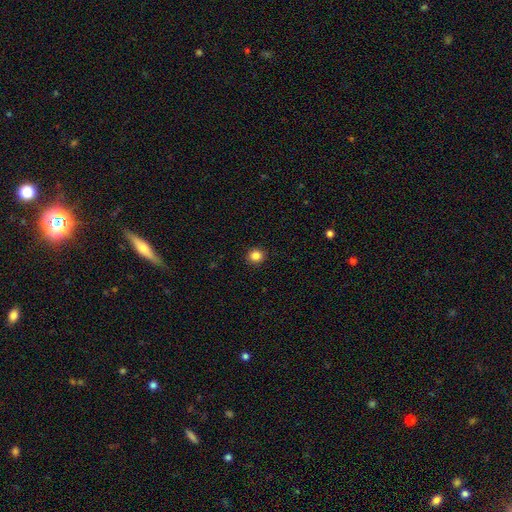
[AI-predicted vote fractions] Q: Smooth or featured?
A: smooth (86%); runner-up: star or artifact (11%)
Q: How rounded?
A: round (87%); runner-up: in between (12%)
Q: Merging?
A: none (92%); runner-up: minor disturbance (5%)